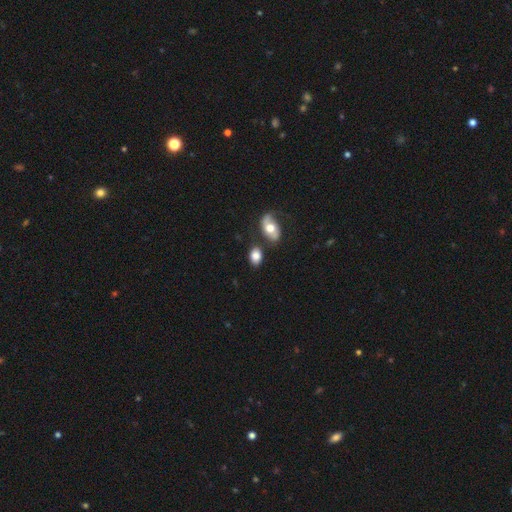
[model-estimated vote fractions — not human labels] This is likely a smooth galaxy (80%). How rounded: likely in between (79%). Merging: likely none (69%).